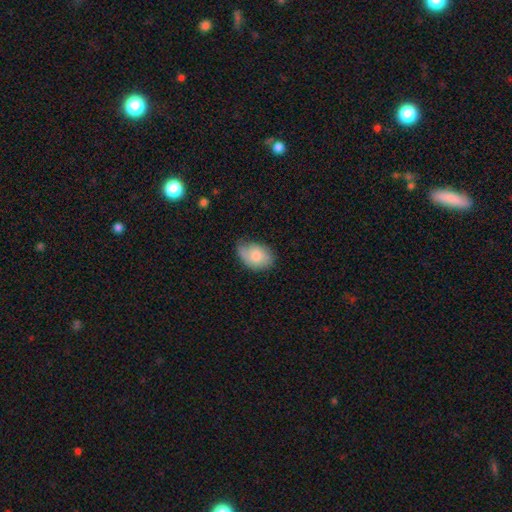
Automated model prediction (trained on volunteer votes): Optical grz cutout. It shows a smooth galaxy with no disk features (71%) that is in between round and cigar-shaped (82%). Merging: none (52%).